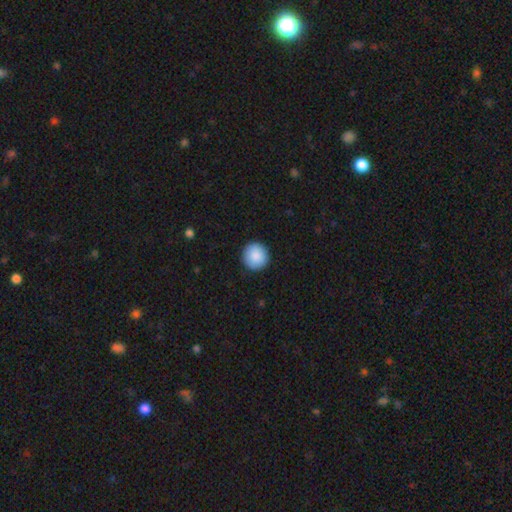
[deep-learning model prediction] This is clearly a smooth galaxy (89%). How rounded: clearly round (94%). Merging: clearly none (92%).